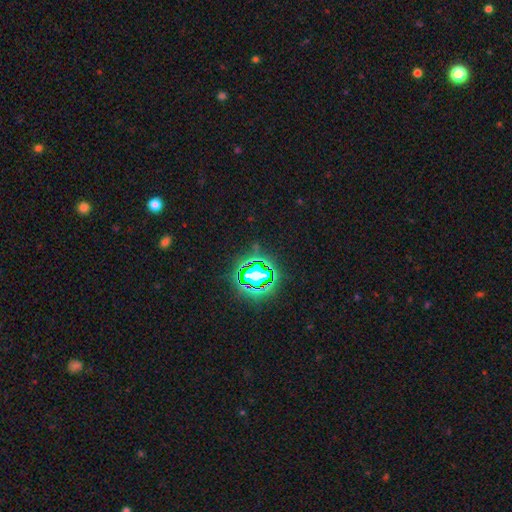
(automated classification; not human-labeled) The model was most divided on "smooth or featured": star or artifact: 80%, smooth: 13%, featured or disk: 7%.